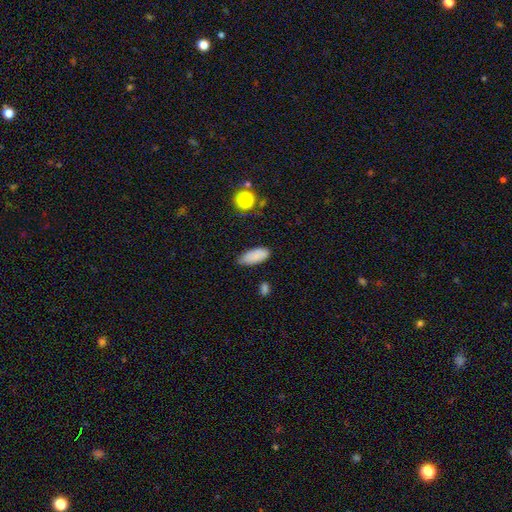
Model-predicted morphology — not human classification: Smooth or featured? Predicted: smooth (p=0.86). How rounded? Predicted: in between (p=0.83). Merging? Predicted: none (p=0.69).